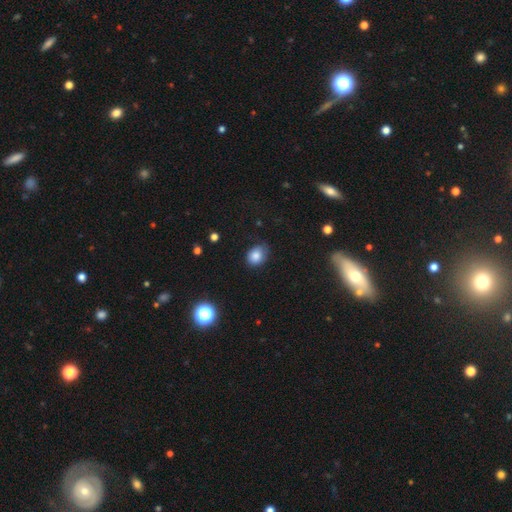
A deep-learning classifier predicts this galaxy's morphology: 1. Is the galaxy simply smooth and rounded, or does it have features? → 82% smooth, 10% star or artifact, 7% featured or disk.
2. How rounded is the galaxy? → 54% in between, 45% round, 1% cigar-shaped.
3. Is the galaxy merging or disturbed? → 67% none, 26% minor disturbance, 6% major disturbance, 1% merger.